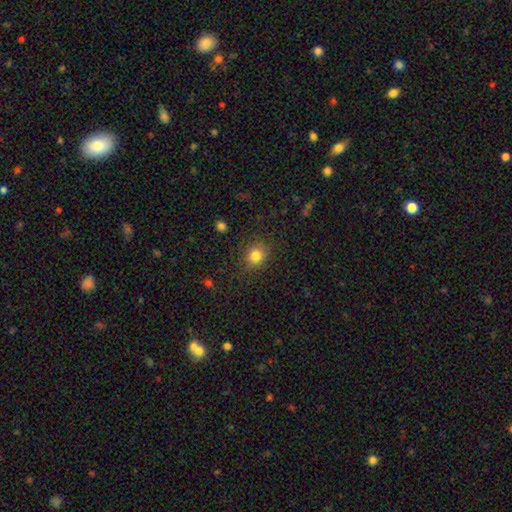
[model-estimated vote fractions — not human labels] Overall: smooth (82%). How rounded: round (82%). Merging: none (86%).